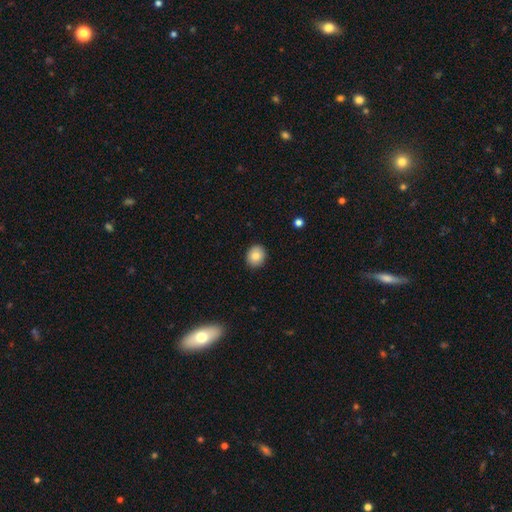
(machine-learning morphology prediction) The model was most divided on "how rounded": round: 61%, in between: 38%, cigar-shaped: 1%. More confident: merging — none (89%); smooth or featured — smooth (83%).